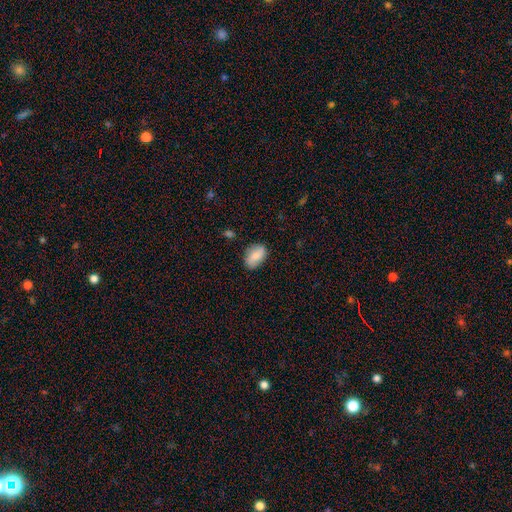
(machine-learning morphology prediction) This appears to be a smooth galaxy with no disk features (75%) that is in between round and cigar-shaped (85%). Merging: none (78%).